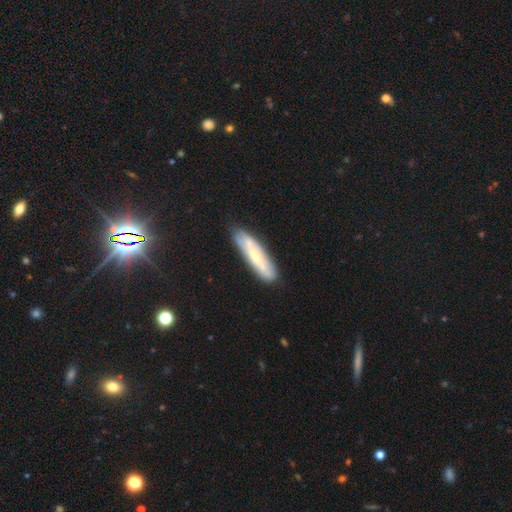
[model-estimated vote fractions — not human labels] Q: Smooth or featured?
A: featured or disk (55%); runner-up: smooth (39%)
Q: Edge-on disk?
A: no (55%); runner-up: yes (45%)
Q: Merging?
A: none (78%); runner-up: minor disturbance (16%)